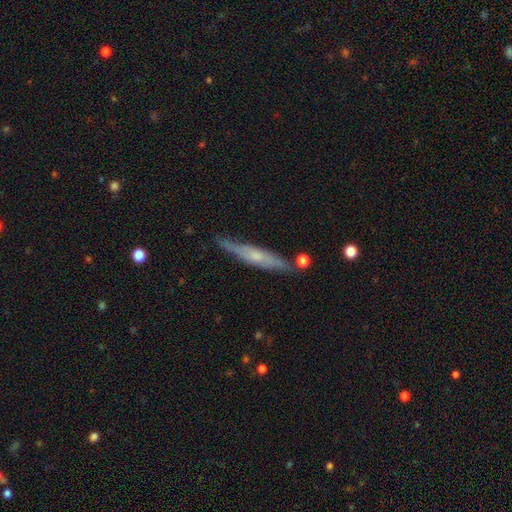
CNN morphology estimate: Smooth or featured?
  - featured or disk: 63% *
  - smooth: 31%
  - star or artifact: 6%
Edge-on disk?
  - yes: 87% *
  - no: 13%
Edge-on bulge?
  - rounded: 62% *
  - none: 27%
  - boxy: 11%
Merging?
  - none: 77% *
  - minor disturbance: 17%
  - major disturbance: 3%
  - merger: 3%